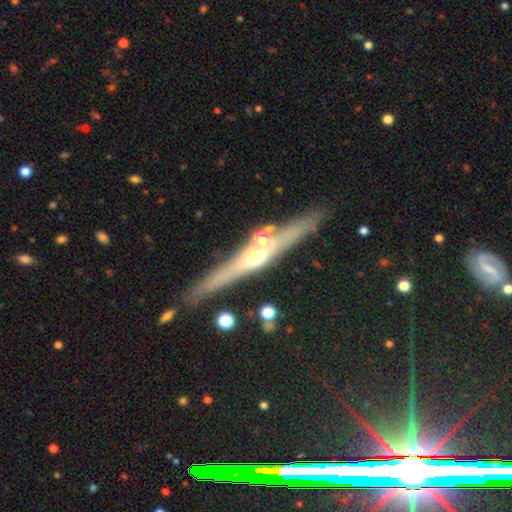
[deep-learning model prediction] Morphology: type=featured or disk (69%); edge-on=yes (95%); edge-on bulge=rounded (88%); merging=none (80%).